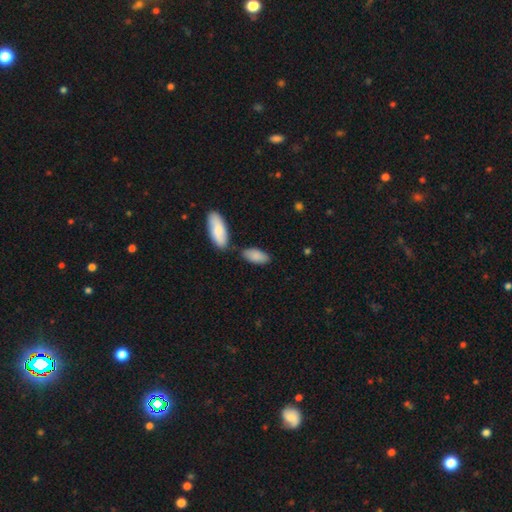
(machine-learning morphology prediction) type=smooth (86%); roundness=in between (87%); merging=none (67%).